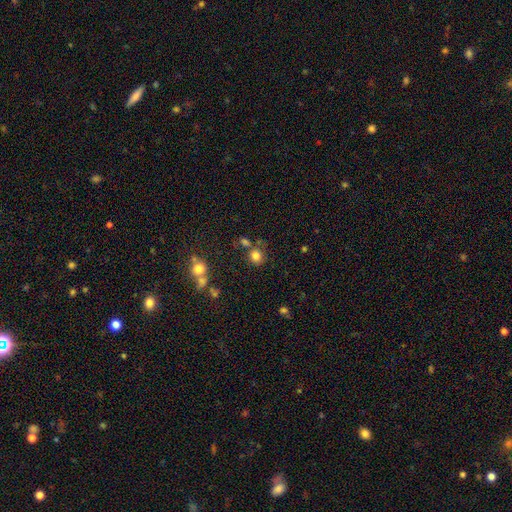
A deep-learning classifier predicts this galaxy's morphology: type=smooth (80%); roundness=round (83%); merging=none (68%).